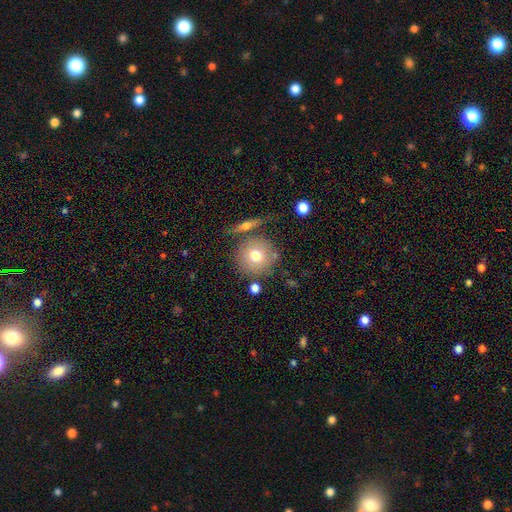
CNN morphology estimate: A smooth galaxy with no disk features (71%) that is round (94%).

Vote fractions:
- Smooth or featured? smooth: 71% / featured or disk: 20% / star or artifact: 10%
- How rounded? round: 94% / in between: 5% / cigar-shaped: 1%
- Merging? none: 75% / minor disturbance: 11% / merger: 10% / major disturbance: 4%